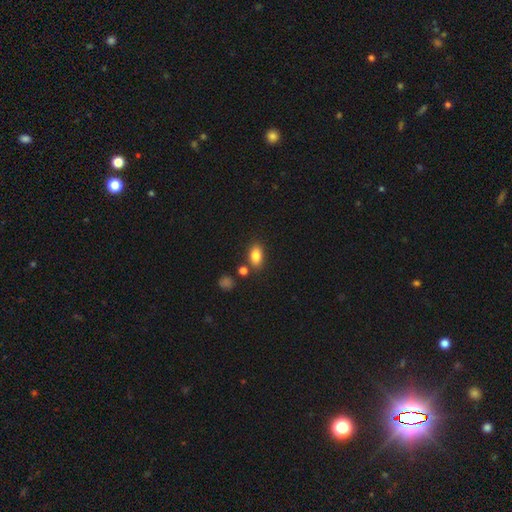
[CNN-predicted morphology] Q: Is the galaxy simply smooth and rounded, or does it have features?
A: smooth — 85%.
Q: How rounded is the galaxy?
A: in between — 87%.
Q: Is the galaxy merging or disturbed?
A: none — 78%.